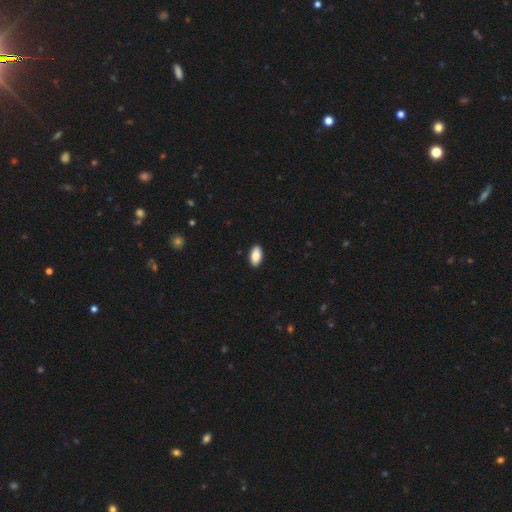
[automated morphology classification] This is clearly a smooth galaxy (89%). How rounded: clearly in between (94%). Merging: clearly none (91%).